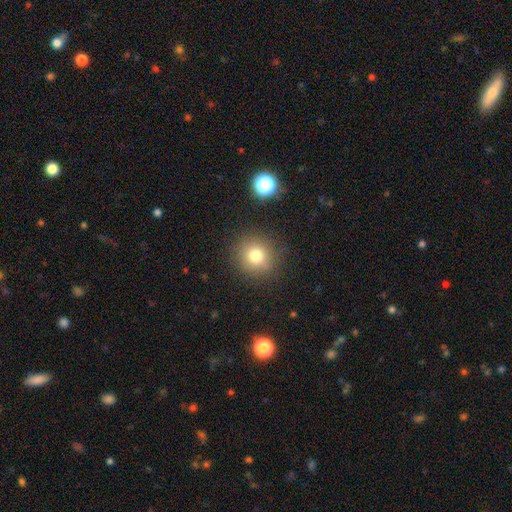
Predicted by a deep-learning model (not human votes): This appears to be a smooth galaxy with no disk features (77%) that is round (92%). Merging: none (87%).